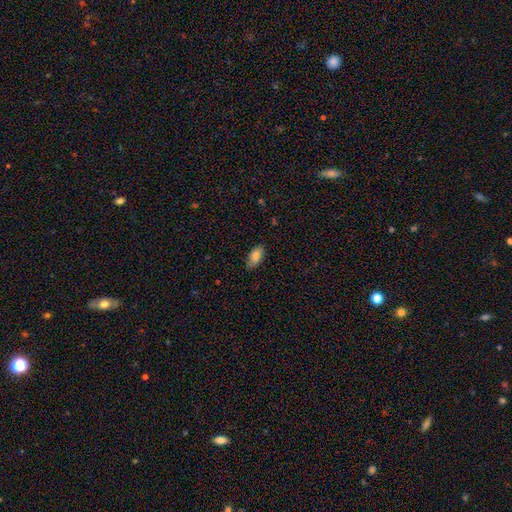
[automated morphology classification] Smooth or featured? Predicted: smooth (p=0.83). How rounded? Predicted: in between (p=0.91). Merging? Predicted: none (p=0.84).